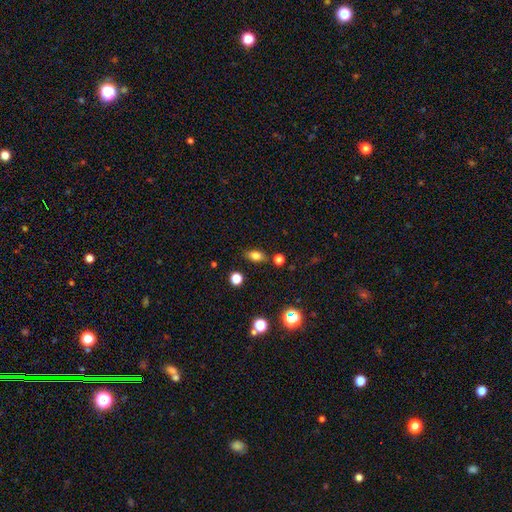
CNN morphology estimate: Smooth or featured: smooth — 77% (star or artifact — 12%)
How rounded: in between — 81% (round — 14%)
Merging: none — 81% (minor disturbance — 12%)